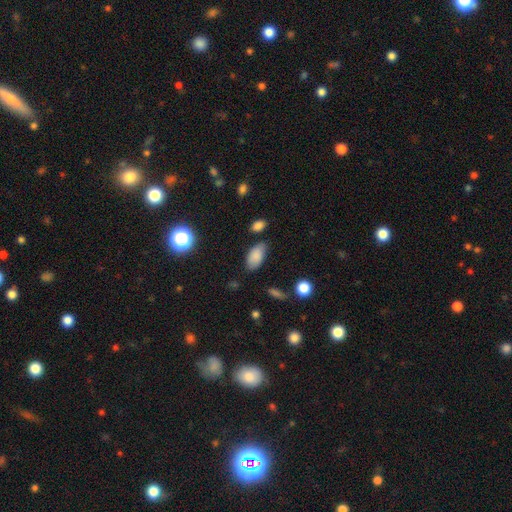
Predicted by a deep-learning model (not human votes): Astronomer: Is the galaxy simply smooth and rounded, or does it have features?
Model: smooth — 86%.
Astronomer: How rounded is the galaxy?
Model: in between — 94%.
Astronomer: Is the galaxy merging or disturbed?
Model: none — 75%.